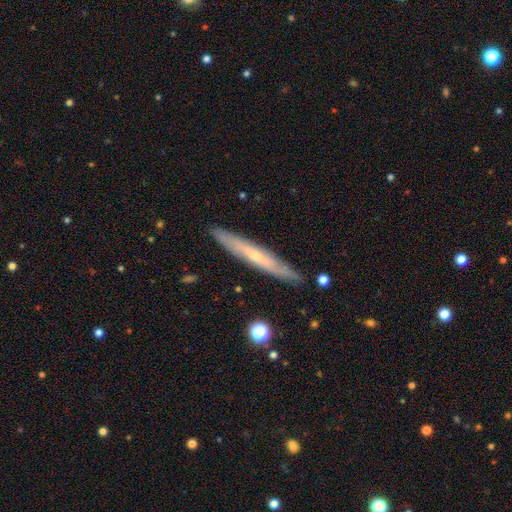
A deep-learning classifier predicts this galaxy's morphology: Smooth or featured? Predicted: featured or disk (p=0.58). Edge-on disk? Predicted: yes (p=0.87). Edge-on bulge? Predicted: none (p=0.50). Merging? Predicted: none (p=0.88).